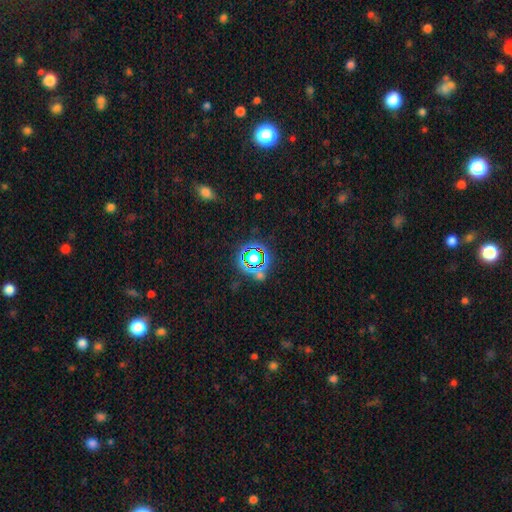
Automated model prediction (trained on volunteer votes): A star or artifact, not a galaxy (66%).